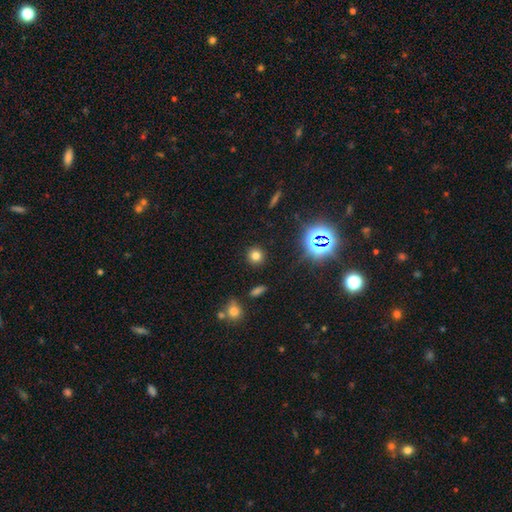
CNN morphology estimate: Overall: smooth (74%). How rounded: round (91%). Merging: none (90%).